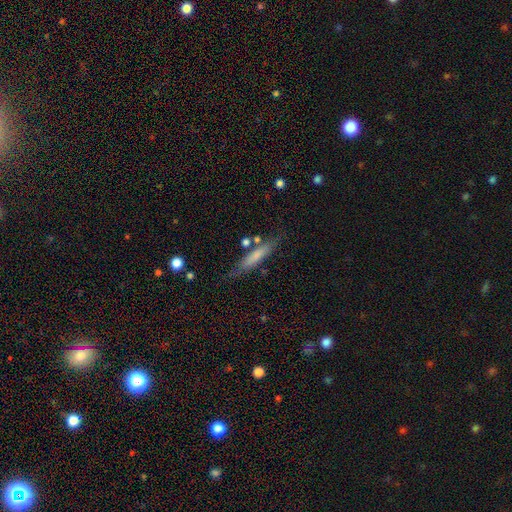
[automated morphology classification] Smooth or featured?
  - smooth: 63% *
  - featured or disk: 30%
  - star or artifact: 7%
How rounded?
  - cigar-shaped: 88% *
  - in between: 10%
  - round: 2%
Merging?
  - none: 72% *
  - minor disturbance: 17%
  - merger: 6%
  - major disturbance: 5%